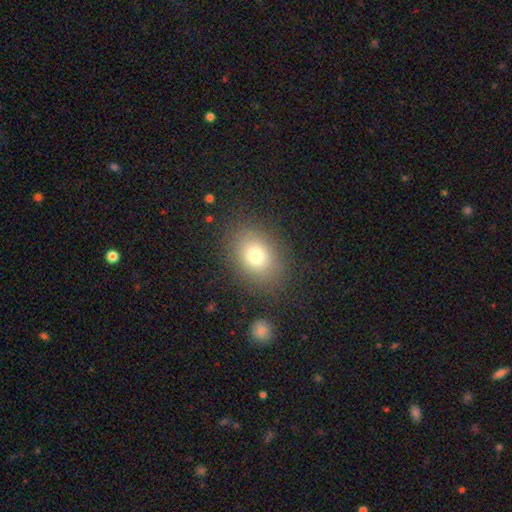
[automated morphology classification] smooth_or_featured: smooth (p=0.76) [alt: featured or disk p=0.12]
how_rounded: in between (p=0.61) [alt: round p=0.38]
merging: none (p=0.82) [alt: minor disturbance p=0.11]